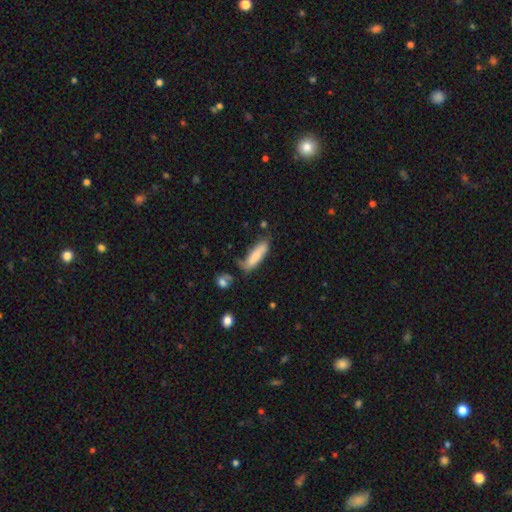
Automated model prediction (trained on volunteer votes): Smooth or featured? Predicted: smooth (p=0.71). How rounded? Predicted: cigar-shaped (p=0.54). Merging? Predicted: none (p=0.51).